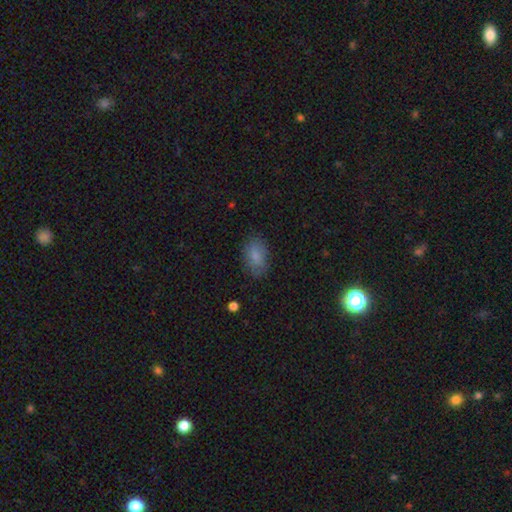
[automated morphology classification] This appears to be a smooth galaxy with no disk features (83%) that is in between round and cigar-shaped (89%). Merging: none (77%).